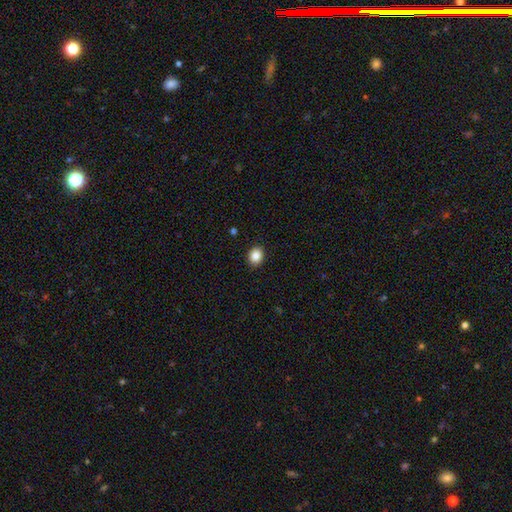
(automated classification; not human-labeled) A smooth galaxy with no disk features (86%) that is round (60%). Merging: none (91%).